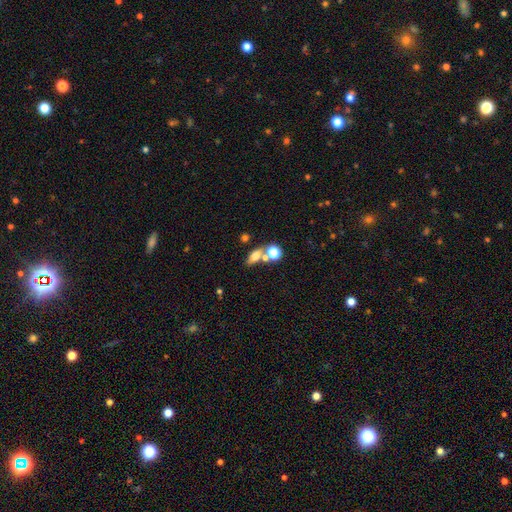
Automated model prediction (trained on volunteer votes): A smooth galaxy with no disk features (65%) that is in between round and cigar-shaped (64%). Merging: none (52%).